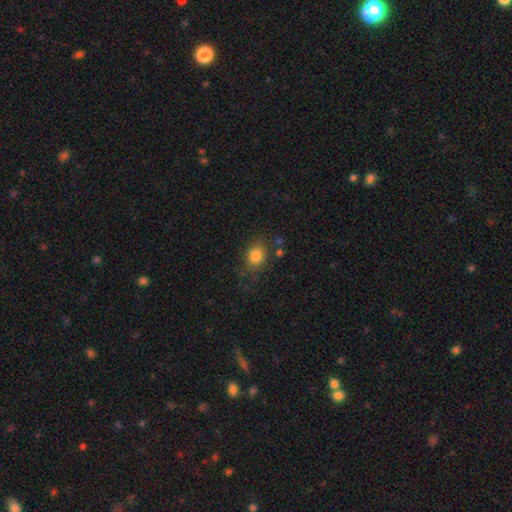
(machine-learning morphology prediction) Q: Smooth or featured?
A: smooth (83%); runner-up: star or artifact (10%)
Q: How rounded?
A: in between (55%); runner-up: round (44%)
Q: Merging?
A: none (71%); runner-up: minor disturbance (18%)